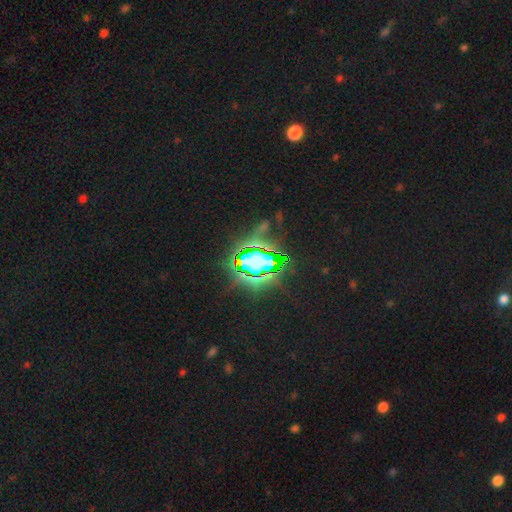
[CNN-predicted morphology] smooth_or_featured: star or artifact (p=0.81) [alt: smooth p=0.12]